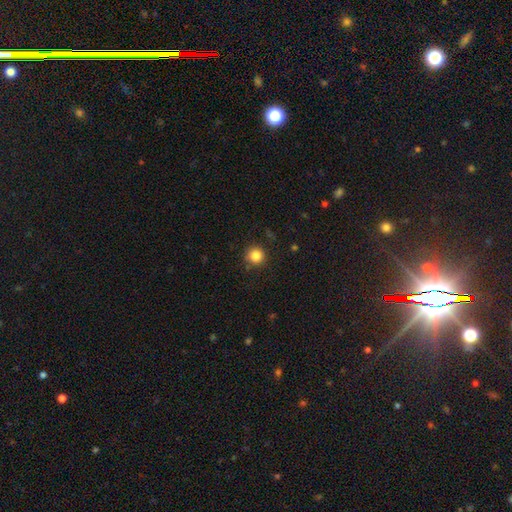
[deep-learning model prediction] smooth-or-featured: smooth: 84% | star or artifact: 11% | featured or disk: 5%
  how-rounded: round: 94% | in between: 5% | cigar-shaped: 1%
  merging: none: 89% | minor disturbance: 8% | major disturbance: 2% | merger: 1%